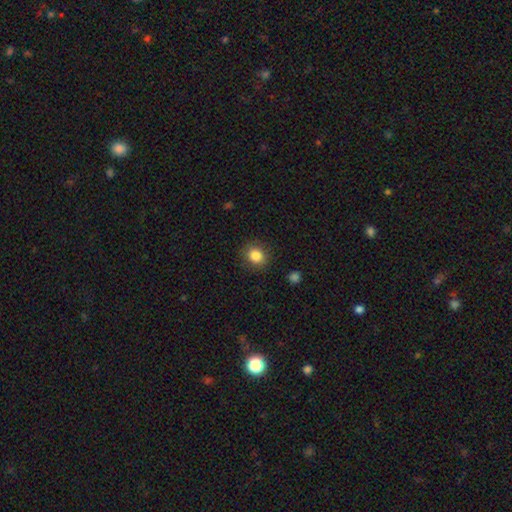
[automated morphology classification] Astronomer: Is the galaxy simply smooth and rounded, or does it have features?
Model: smooth — 85%.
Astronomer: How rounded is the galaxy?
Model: round — 76%.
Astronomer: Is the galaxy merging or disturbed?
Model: none — 87%.